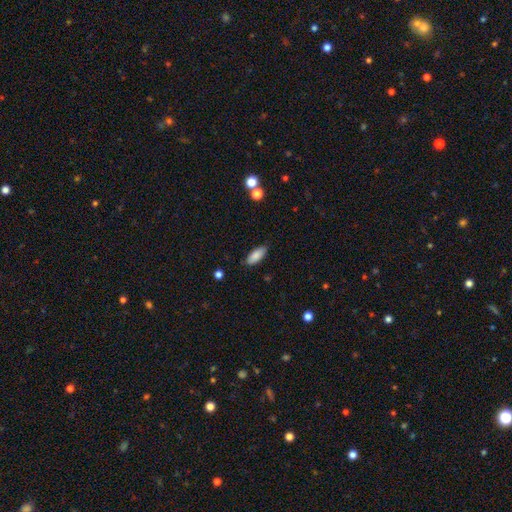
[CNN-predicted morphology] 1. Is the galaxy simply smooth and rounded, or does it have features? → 85% smooth, 8% featured or disk, 7% star or artifact.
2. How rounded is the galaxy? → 82% in between, 16% cigar-shaped, 2% round.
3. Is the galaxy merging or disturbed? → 84% none, 12% minor disturbance, 2% major disturbance, 1% merger.